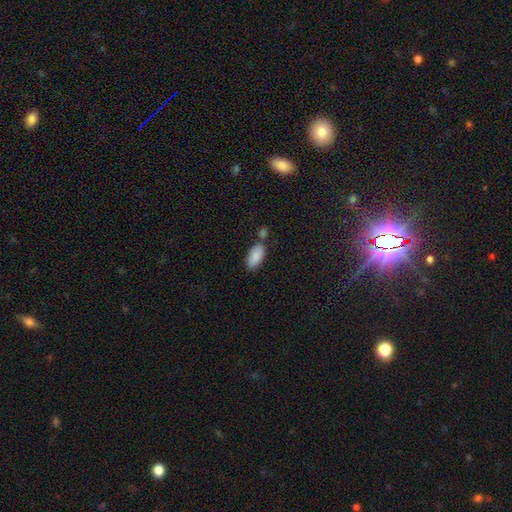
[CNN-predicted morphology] Q: Smooth or featured?
A: smooth (88%); runner-up: star or artifact (7%)
Q: How rounded?
A: in between (91%); runner-up: cigar-shaped (6%)
Q: Merging?
A: none (64%); runner-up: merger (18%)